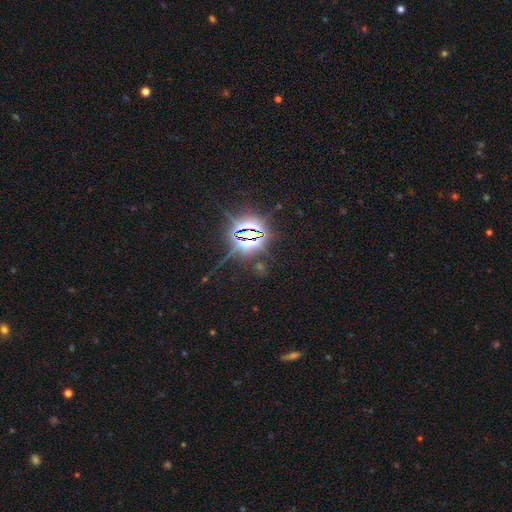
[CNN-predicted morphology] Smooth or featured?
  - star or artifact: 85% *
  - smooth: 8%
  - featured or disk: 7%